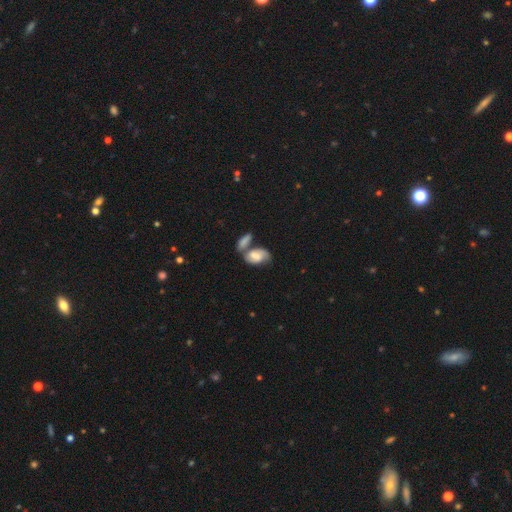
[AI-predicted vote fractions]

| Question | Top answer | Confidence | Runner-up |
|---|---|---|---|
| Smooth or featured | featured or disk | 48% | smooth (44%) |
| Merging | merger | 49% | none (30%) |